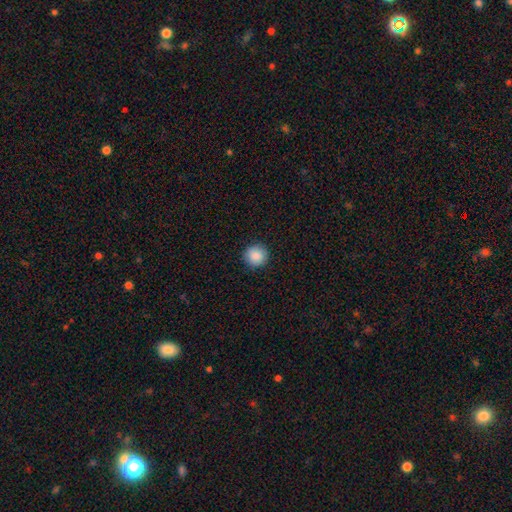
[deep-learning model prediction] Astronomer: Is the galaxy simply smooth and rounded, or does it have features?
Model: smooth — 88%.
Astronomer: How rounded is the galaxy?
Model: round — 95%.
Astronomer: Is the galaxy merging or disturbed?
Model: none — 91%.